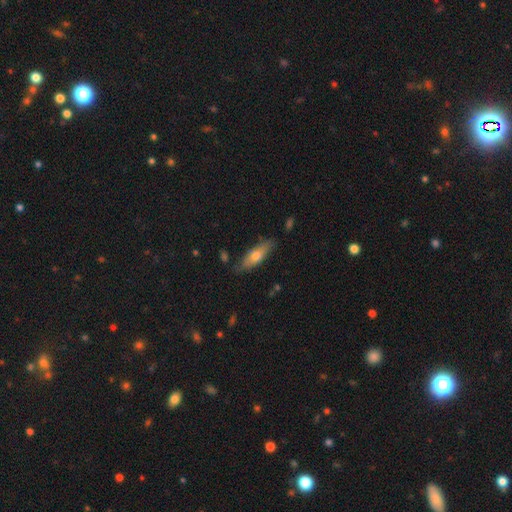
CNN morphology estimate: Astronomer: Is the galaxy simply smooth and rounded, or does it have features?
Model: smooth — 64%.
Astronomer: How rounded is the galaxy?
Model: in between — 52% (runner-up: cigar-shaped, 46%).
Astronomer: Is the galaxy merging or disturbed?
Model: none — 76%.